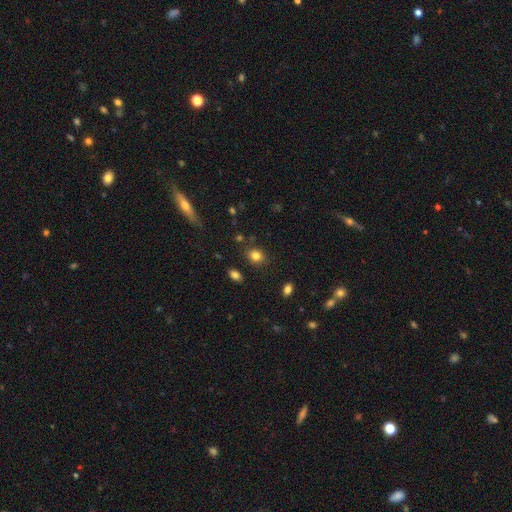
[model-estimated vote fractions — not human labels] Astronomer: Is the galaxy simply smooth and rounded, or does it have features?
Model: smooth — 83%.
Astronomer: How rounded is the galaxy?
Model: in between — 53% (runner-up: round, 46%).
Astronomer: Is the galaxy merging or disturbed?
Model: none — 82%.